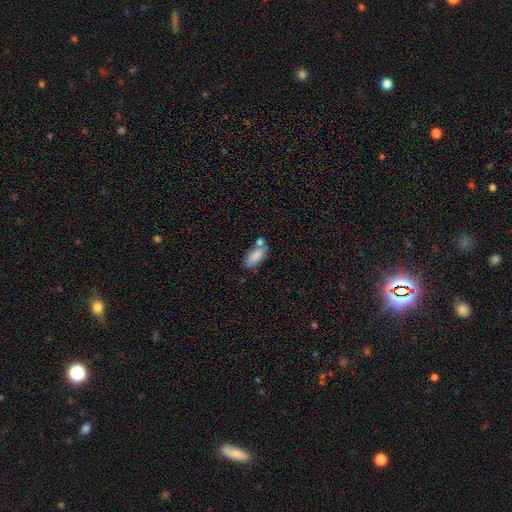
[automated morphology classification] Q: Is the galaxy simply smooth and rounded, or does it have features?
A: smooth — 83%.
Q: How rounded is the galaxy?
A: in between — 86%.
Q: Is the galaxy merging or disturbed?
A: none — 49%.